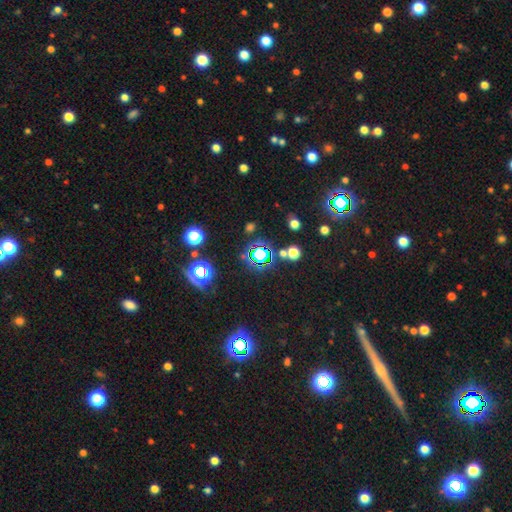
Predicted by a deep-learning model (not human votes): Q: Smooth or featured?
A: star or artifact (64%); runner-up: smooth (26%)